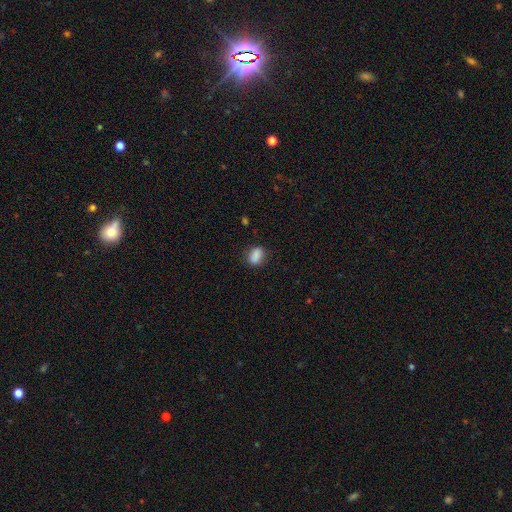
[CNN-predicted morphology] This is clearly a smooth galaxy (87%). How rounded: likely in between (78%). Merging: clearly none (82%).